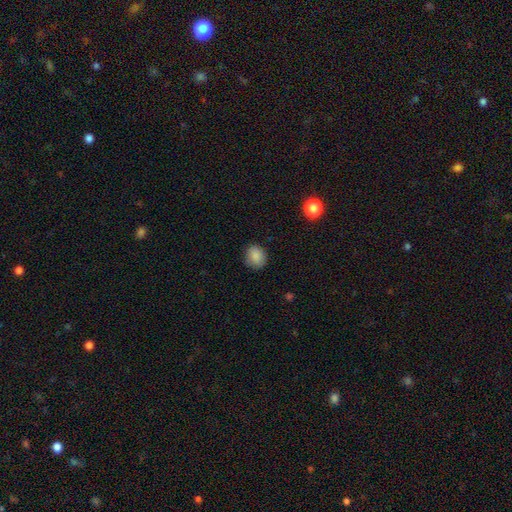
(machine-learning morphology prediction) smooth 86%, star or artifact 9%, featured or disk 5%. Down the decision tree: how rounded — round (72%); merging — none (84%).